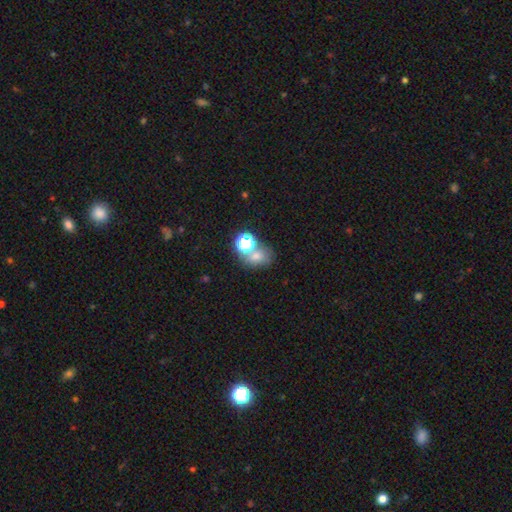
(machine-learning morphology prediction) type=smooth (58%); roundness=round (53%); merging=none (48%).